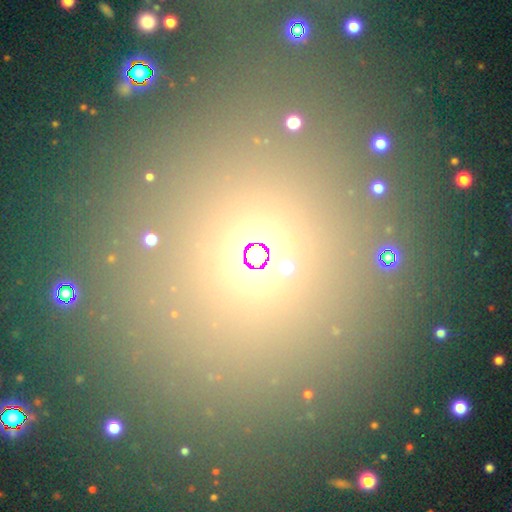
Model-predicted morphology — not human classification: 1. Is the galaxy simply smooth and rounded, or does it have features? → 47% smooth, 43% star or artifact, 10% featured or disk.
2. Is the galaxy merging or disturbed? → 80% none, 9% minor disturbance, 7% merger, 5% major disturbance.